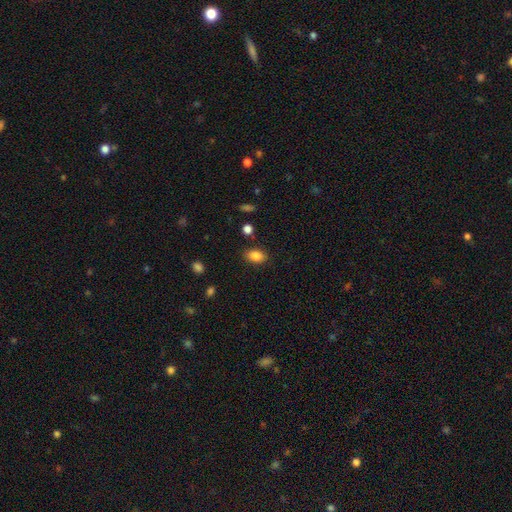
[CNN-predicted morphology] A smooth galaxy with no disk features (85%) that is in between round and cigar-shaped (84%).

Vote fractions:
- Smooth or featured? smooth: 85% / star or artifact: 9% / featured or disk: 6%
- How rounded? in between: 84% / round: 15% / cigar-shaped: 1%
- Merging? none: 83% / minor disturbance: 12% / major disturbance: 3% / merger: 2%